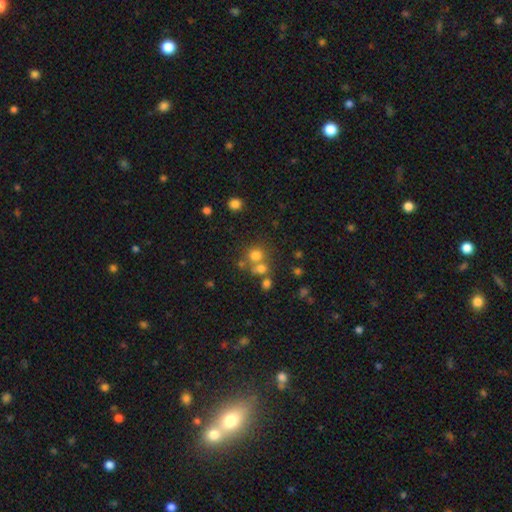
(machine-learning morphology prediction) The model was most divided on "merging": none: 55%, merger: 33%, minor disturbance: 8%, major disturbance: 5%. More confident: how rounded — round (85%); smooth or featured — smooth (70%).